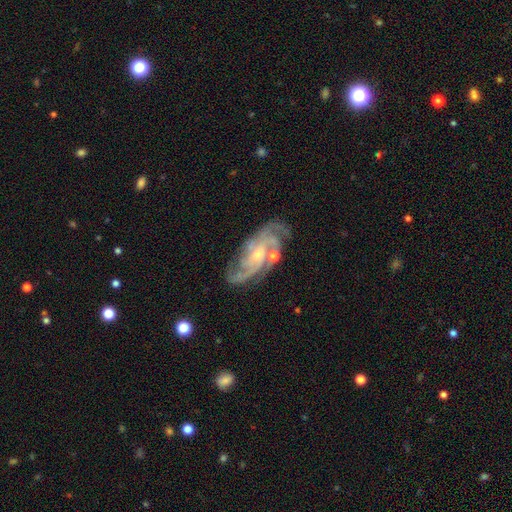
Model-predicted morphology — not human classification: featured or disk 84%, star or artifact 9%, smooth 8%. Down the decision tree: edge-on disk — no (93%); bar — no (50%); spiral arms — yes (97%); spiral arm count — 3 (28%); spiral winding — tight (48%); bulge size — small (61%); merging — none (77%).